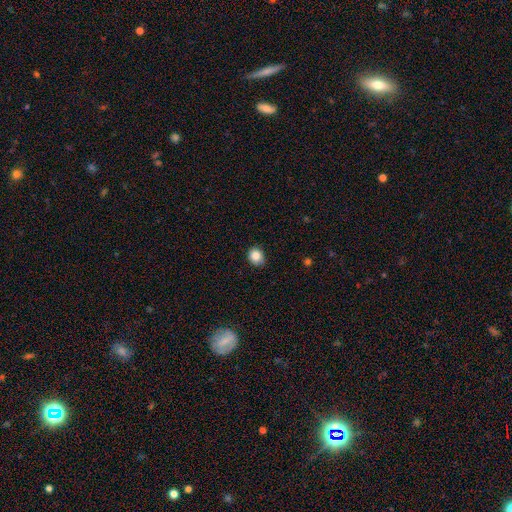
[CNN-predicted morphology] This is clearly a smooth galaxy (84%). How rounded: likely round (70%). Merging: clearly none (86%).